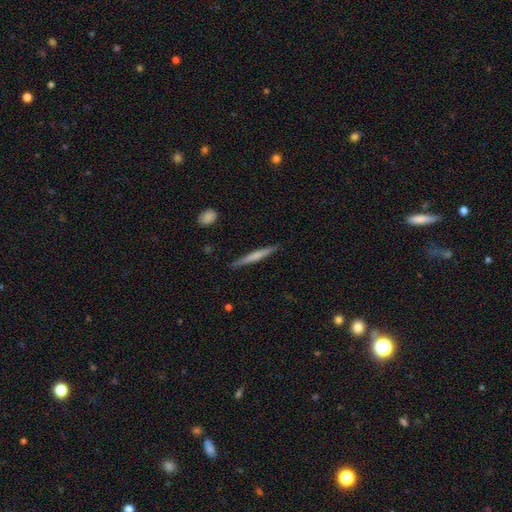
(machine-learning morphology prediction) smooth-or-featured: smooth: 49% | featured or disk: 46% | star or artifact: 6%
  merging: none: 90% | minor disturbance: 7% | major disturbance: 1% | merger: 1%